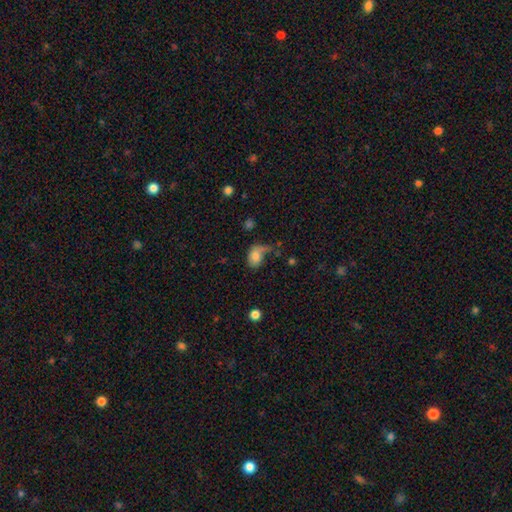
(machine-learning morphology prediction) The model was most divided on "merging": major disturbance: 33%, none: 31%, minor disturbance: 27%, merger: 9%. More confident: how rounded — in between (76%); smooth or featured — smooth (75%).